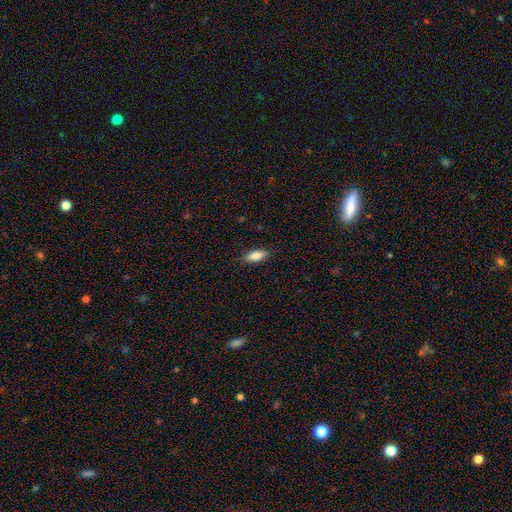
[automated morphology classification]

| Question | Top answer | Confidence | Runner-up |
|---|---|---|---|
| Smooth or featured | smooth | 84% | featured or disk (10%) |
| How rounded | in between | 77% | cigar-shaped (21%) |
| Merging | none | 84% | minor disturbance (13%) |